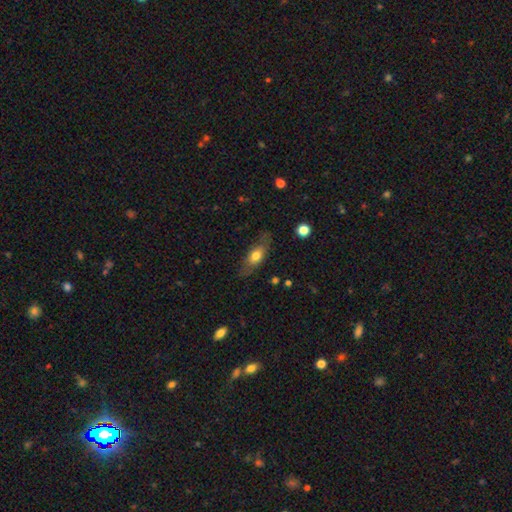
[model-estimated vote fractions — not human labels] Smooth or featured: smooth — 65% (featured or disk — 28%)
How rounded: in between — 70% (cigar-shaped — 24%)
Merging: none — 72% (minor disturbance — 20%)